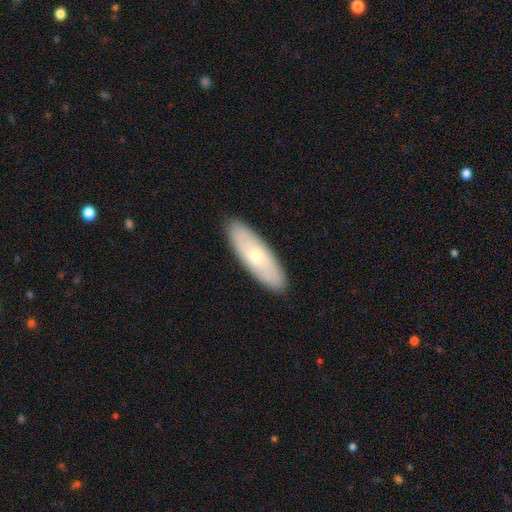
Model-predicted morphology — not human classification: smooth_or_featured: smooth (p=0.54) [alt: featured or disk p=0.40]
how_rounded: in between (p=0.52) [alt: cigar-shaped p=0.45]
merging: none (p=0.89) [alt: minor disturbance p=0.08]